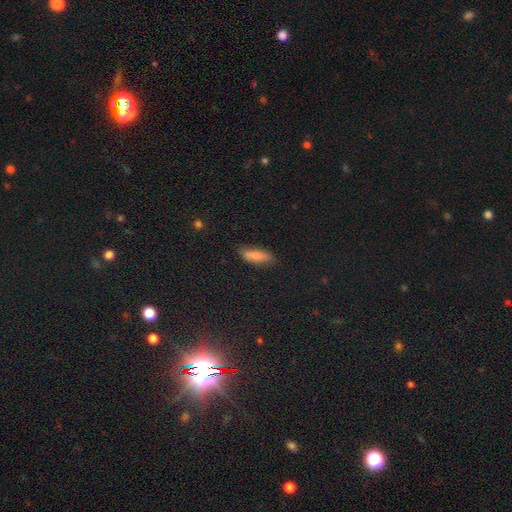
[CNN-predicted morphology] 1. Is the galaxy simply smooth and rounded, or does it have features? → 75% smooth, 17% featured or disk, 8% star or artifact.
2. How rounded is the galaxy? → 55% in between, 42% cigar-shaped, 3% round.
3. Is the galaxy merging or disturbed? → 77% none, 17% minor disturbance, 4% major disturbance, 2% merger.